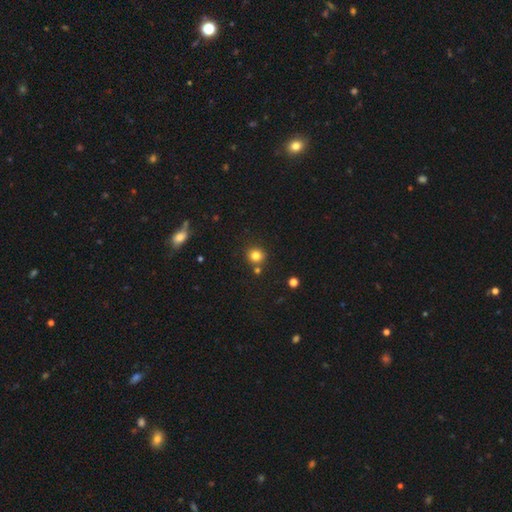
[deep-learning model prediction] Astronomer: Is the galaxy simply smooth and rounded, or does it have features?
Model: smooth — 81%.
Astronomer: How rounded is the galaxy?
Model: round — 90%.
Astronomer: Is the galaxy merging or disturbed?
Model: none — 80%.